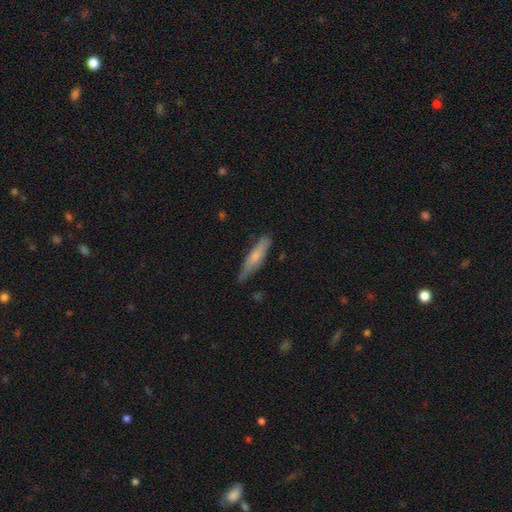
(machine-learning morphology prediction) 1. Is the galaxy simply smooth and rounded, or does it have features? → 64% smooth, 30% featured or disk, 6% star or artifact.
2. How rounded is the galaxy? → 83% cigar-shaped, 15% in between, 2% round.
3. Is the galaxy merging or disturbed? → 77% none, 19% minor disturbance, 3% major disturbance, 2% merger.